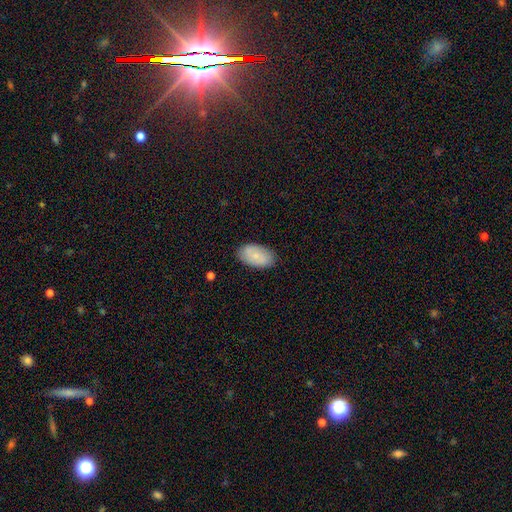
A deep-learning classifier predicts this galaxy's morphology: smooth 75%, featured or disk 18%, star or artifact 7%. Down the decision tree: how rounded — in between (95%); merging — none (83%).